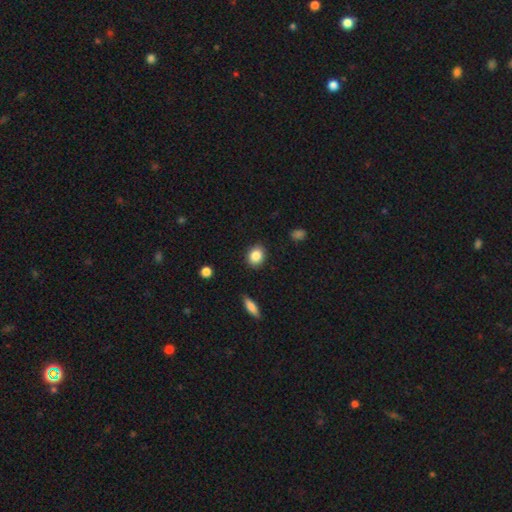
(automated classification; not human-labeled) A smooth galaxy with no disk features (85%) that is round (52%). Merging: none (88%).